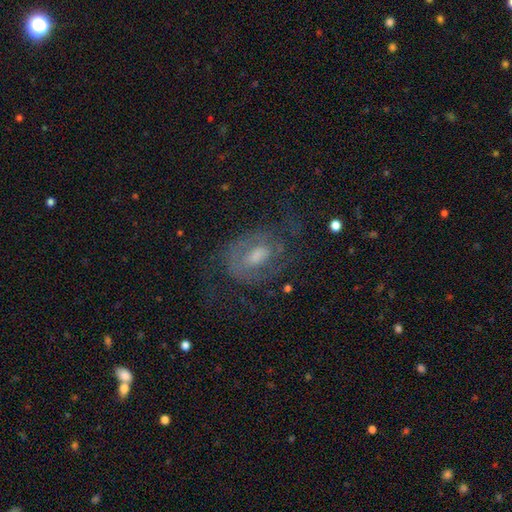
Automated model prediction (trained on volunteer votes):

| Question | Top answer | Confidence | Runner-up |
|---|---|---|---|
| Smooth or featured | featured or disk | 73% | smooth (17%) |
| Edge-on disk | no | 96% | yes (4%) |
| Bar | weak | 46% | no (42%) |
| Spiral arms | yes | 80% | no (20%) |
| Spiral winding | medium | 43% | tight (40%) |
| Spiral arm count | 2 | 54% | can't tell (28%) |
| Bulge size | moderate | 52% | small (27%) |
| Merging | none | 60% | major disturbance (19%) |